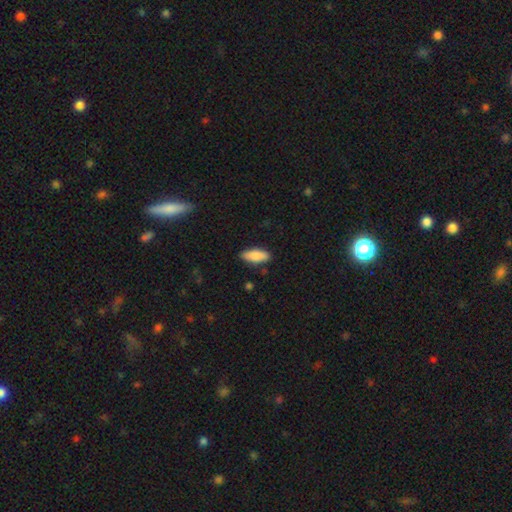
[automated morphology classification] smooth_or_featured: smooth (p=0.85) [alt: featured or disk p=0.09]
how_rounded: in between (p=0.74) [alt: cigar-shaped p=0.24]
merging: none (p=0.84) [alt: minor disturbance p=0.12]